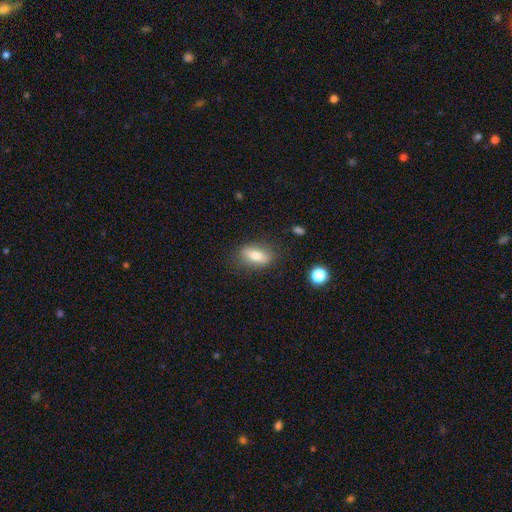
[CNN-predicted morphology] Overall: smooth (68%). How rounded: in between (76%). Merging: none (81%).